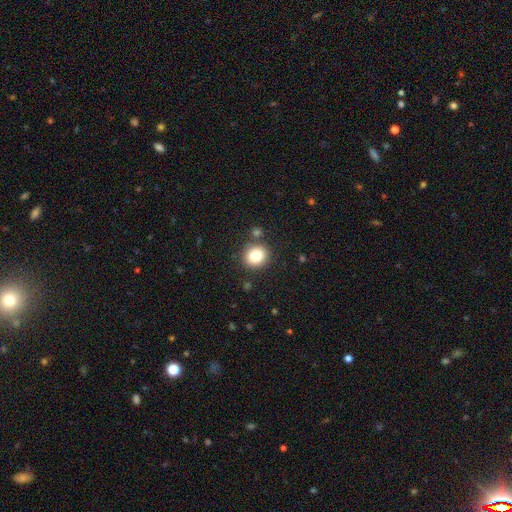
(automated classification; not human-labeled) The model was most divided on "how rounded": round: 80%, in between: 19%, cigar-shaped: 1%. More confident: merging — none (83%); smooth or featured — smooth (81%).